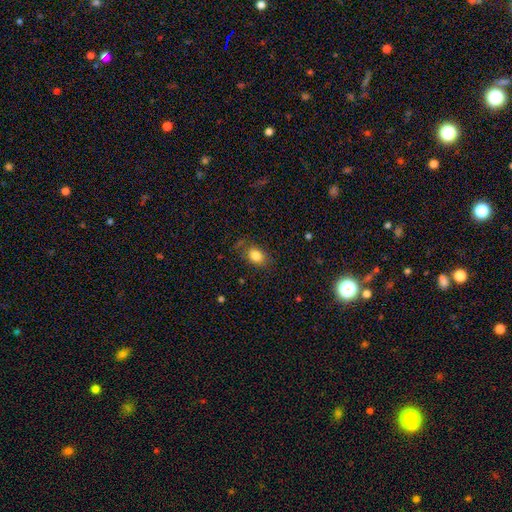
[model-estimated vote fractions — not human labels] Smooth or featured? smooth (82%)
How rounded? in between (65%)
Merging? none (74%)